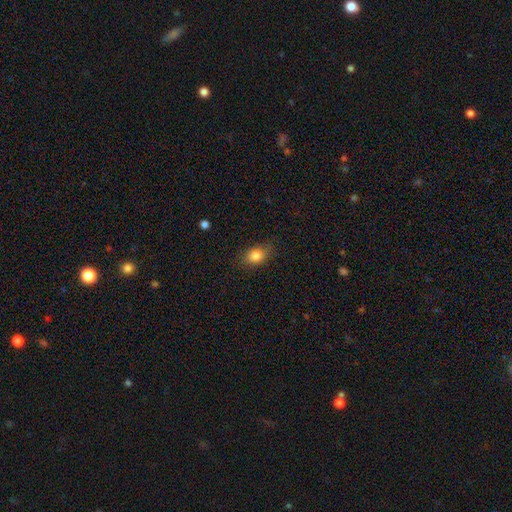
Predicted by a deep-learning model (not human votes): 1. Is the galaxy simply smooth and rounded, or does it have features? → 84% smooth, 9% star or artifact, 7% featured or disk.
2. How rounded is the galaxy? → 77% in between, 21% round, 2% cigar-shaped.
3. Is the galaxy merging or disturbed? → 79% none, 16% minor disturbance, 4% major disturbance, 1% merger.